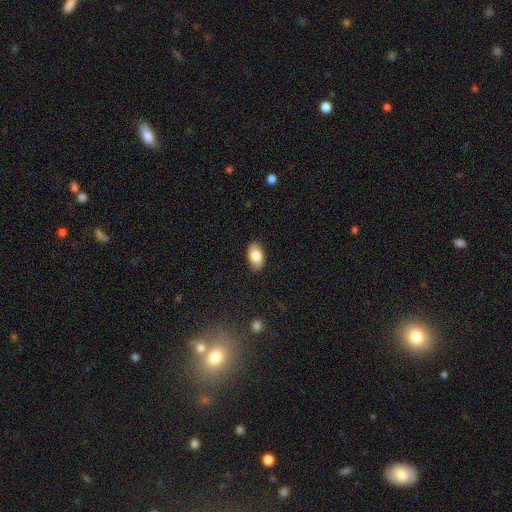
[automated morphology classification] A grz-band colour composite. It shows a smooth galaxy with no disk features (81%) that is in between round and cigar-shaped (93%). Merging: none (86%).